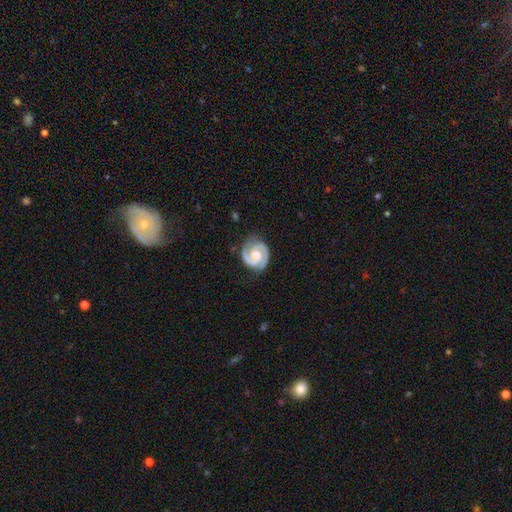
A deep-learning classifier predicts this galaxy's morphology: Overall: featured or disk (89%). Edge-on disk: no (98%). Bar: no (56%; weak 34%). Spiral arms: yes (98%). Spiral arm count: 2 (90%). Spiral winding: tight (61%; medium 35%). Bulge size: moderate (61%). Merging: none (78%).